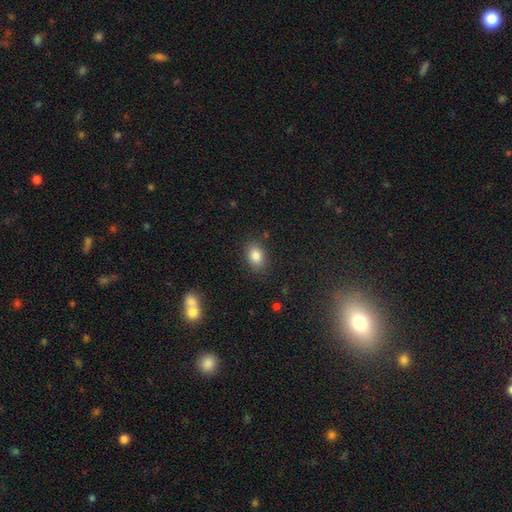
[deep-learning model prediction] Smooth or featured: smooth — 84% (star or artifact — 10%)
How rounded: in between — 75% (round — 24%)
Merging: none — 84% (minor disturbance — 11%)